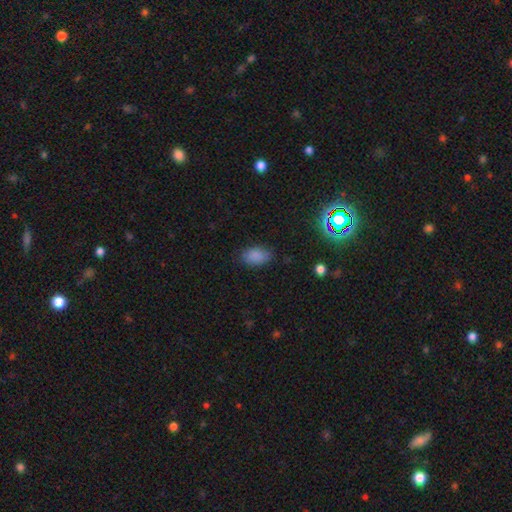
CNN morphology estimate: Overall: smooth (84%). How rounded: in between (90%). Merging: none (78%).